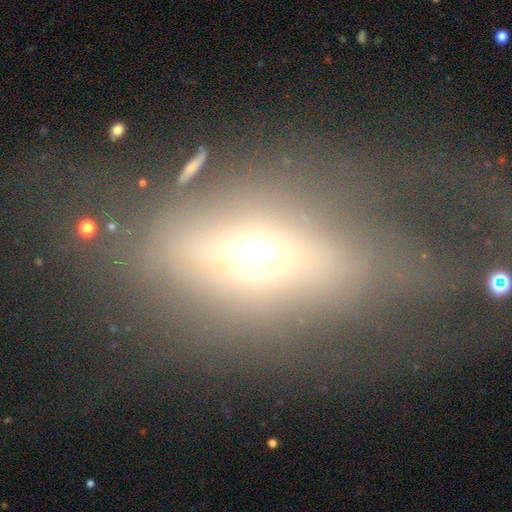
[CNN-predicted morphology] This appears to be a smooth galaxy with no disk features (42%). Merging: none (52%).